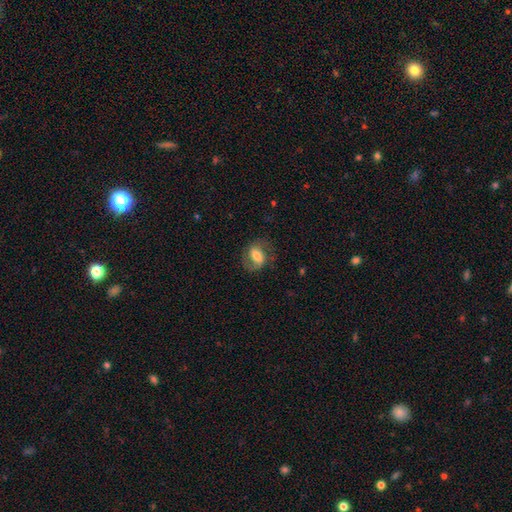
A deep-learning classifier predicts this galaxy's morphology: The model was most divided on "smooth or featured": featured or disk: 51%, smooth: 41%, star or artifact: 8%. More confident: edge-on disk — no (95%); merging — none (68%).